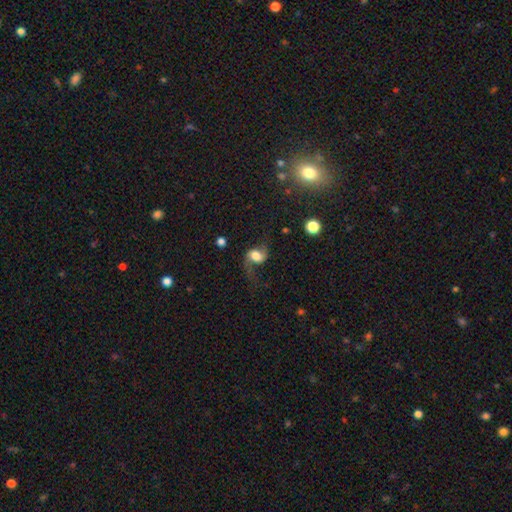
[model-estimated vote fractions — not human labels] A featured or disk galaxy (57%) with no bar (54%), spiral arms (90%) and a large central bulge (44%). Merging: none (52%).